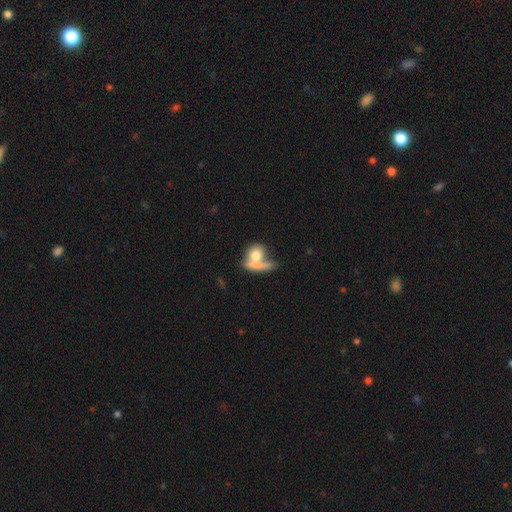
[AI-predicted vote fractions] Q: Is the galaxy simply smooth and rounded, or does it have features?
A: smooth — 70%.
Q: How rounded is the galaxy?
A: round — 57%.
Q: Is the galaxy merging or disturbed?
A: merger — 44%.